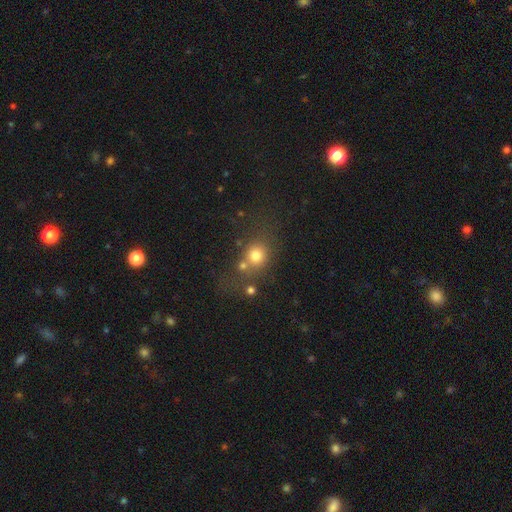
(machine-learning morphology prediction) Overall: smooth (74%). How rounded: round (77%). Merging: none (53%; merger 25%).